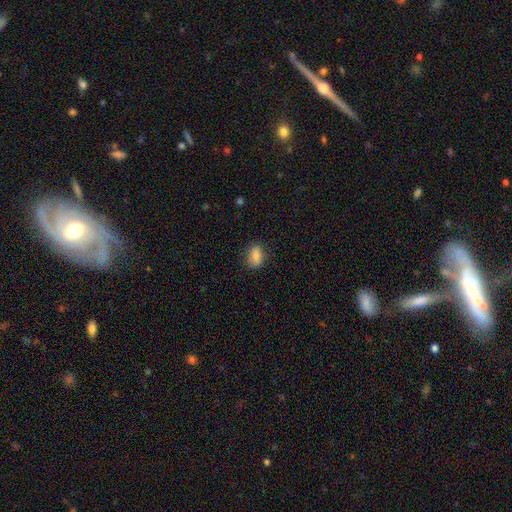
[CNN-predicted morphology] A smooth galaxy with no disk features (83%) that is in between round and cigar-shaped (78%).

Vote fractions:
- Smooth or featured? smooth: 83% / featured or disk: 9% / star or artifact: 8%
- How rounded? in between: 78% / round: 20% / cigar-shaped: 3%
- Merging? none: 81% / minor disturbance: 14% / major disturbance: 3% / merger: 1%